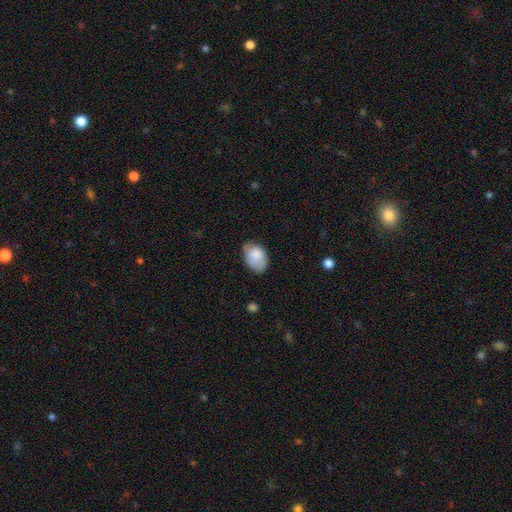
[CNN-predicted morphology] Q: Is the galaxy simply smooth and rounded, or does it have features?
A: smooth — 83%.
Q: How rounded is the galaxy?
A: in between — 86%.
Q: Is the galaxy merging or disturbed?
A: none — 60%.